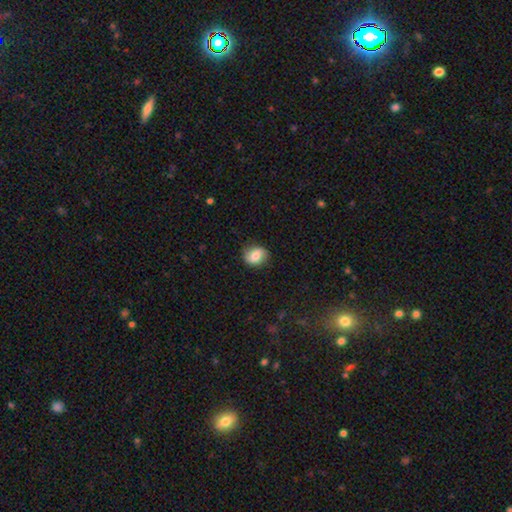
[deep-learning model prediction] Morphology: type=smooth (66%); roundness=round (55%); merging=none (80%).